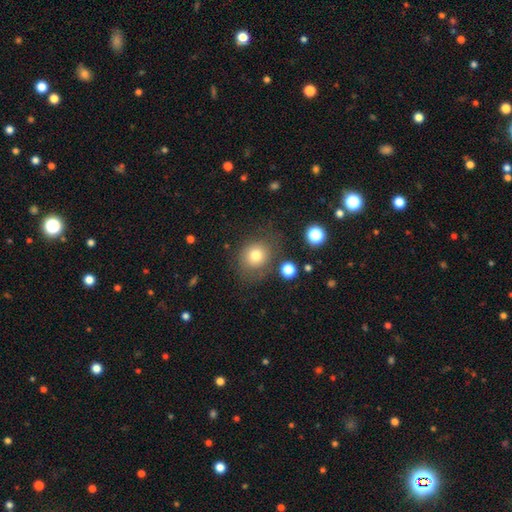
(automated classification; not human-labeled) The model was most divided on "how rounded": round: 75%, in between: 24%, cigar-shaped: 1%. More confident: smooth or featured — smooth (77%); merging — none (70%).